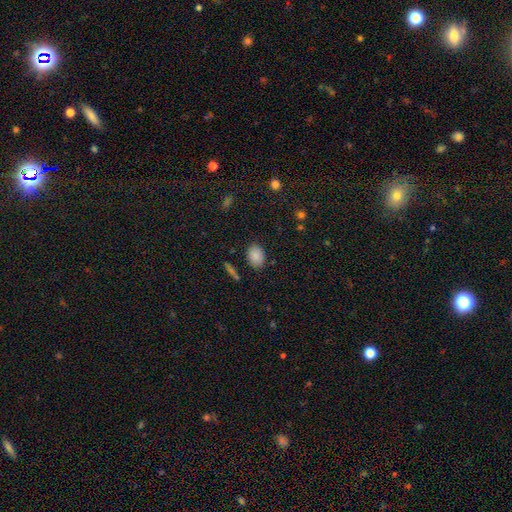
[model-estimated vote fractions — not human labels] The model was most divided on "how rounded": in between: 74%, round: 25%, cigar-shaped: 1%. More confident: smooth or featured — smooth (86%); merging — none (84%).